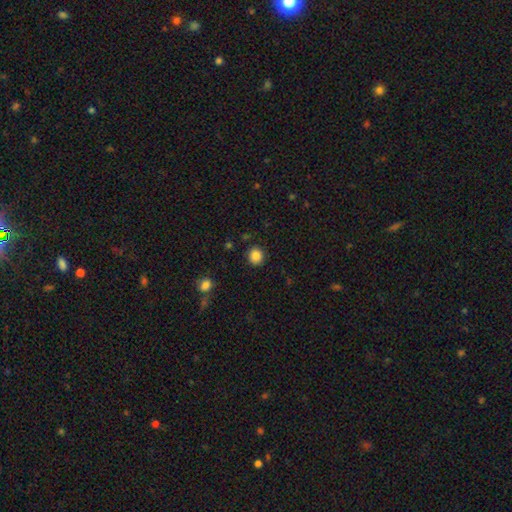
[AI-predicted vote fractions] Smooth or featured? Predicted: smooth (p=0.86). How rounded? Predicted: round (p=0.88). Merging? Predicted: none (p=0.90).